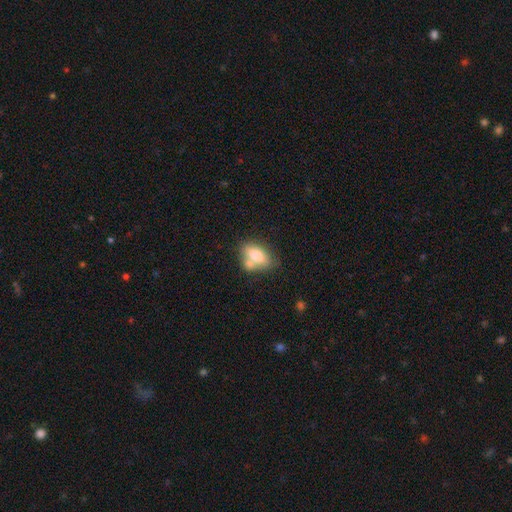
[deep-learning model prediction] Smooth or featured?
  - smooth: 73% *
  - featured or disk: 19%
  - star or artifact: 7%
How rounded?
  - in between: 85% *
  - round: 11%
  - cigar-shaped: 4%
Merging?
  - none: 46% *
  - merger: 35%
  - minor disturbance: 14%
  - major disturbance: 5%